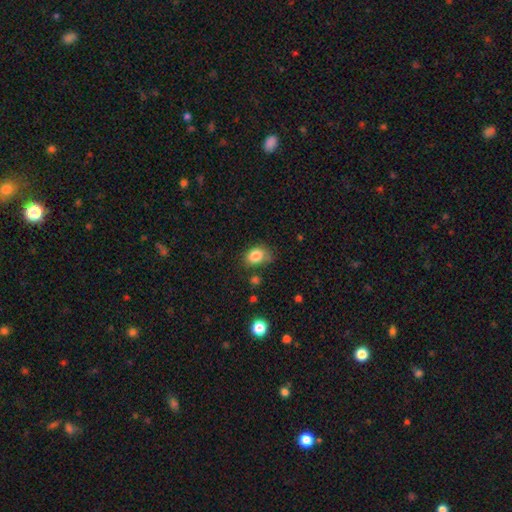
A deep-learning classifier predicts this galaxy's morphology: Overall: smooth (84%). How rounded: in between (61%; round 38%). Merging: none (58%; minor disturbance 29%).